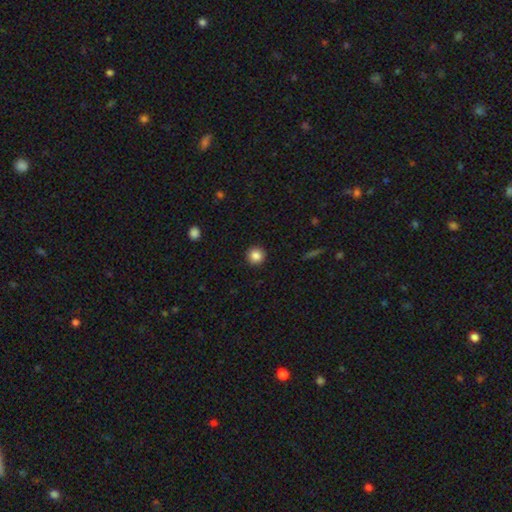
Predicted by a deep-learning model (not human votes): Smooth or featured?
  - smooth: 86% *
  - star or artifact: 10%
  - featured or disk: 5%
How rounded?
  - round: 95% *
  - in between: 4%
  - cigar-shaped: 1%
Merging?
  - none: 93% *
  - minor disturbance: 5%
  - major disturbance: 2%
  - merger: 1%